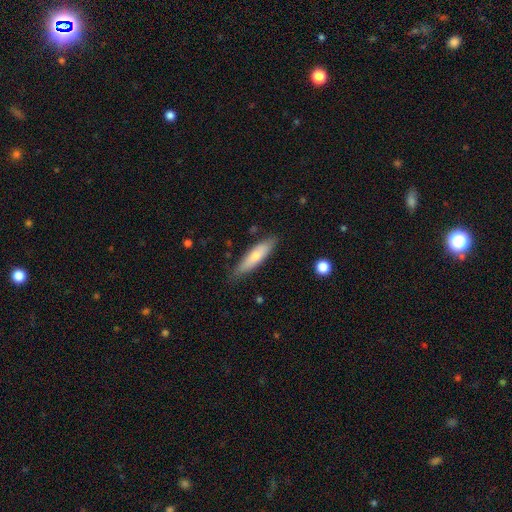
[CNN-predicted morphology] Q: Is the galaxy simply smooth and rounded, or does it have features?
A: smooth — 66%.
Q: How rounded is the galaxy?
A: cigar-shaped — 68%.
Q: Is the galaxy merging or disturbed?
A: none — 81%.